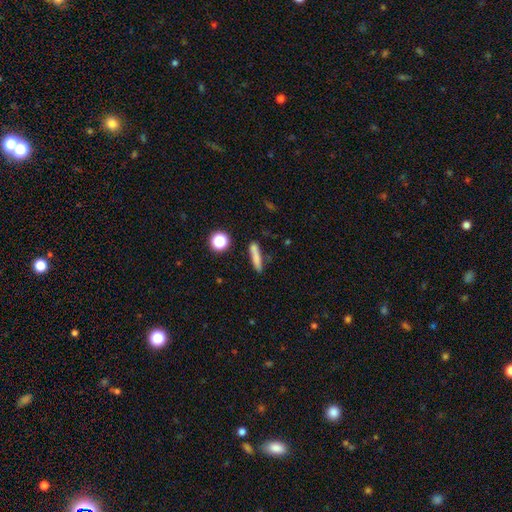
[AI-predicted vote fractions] smooth-or-featured: smooth: 76% | featured or disk: 14% | star or artifact: 10%
  how-rounded: cigar-shaped: 85% | in between: 11% | round: 4%
  merging: none: 77% | minor disturbance: 13% | merger: 6% | major disturbance: 4%